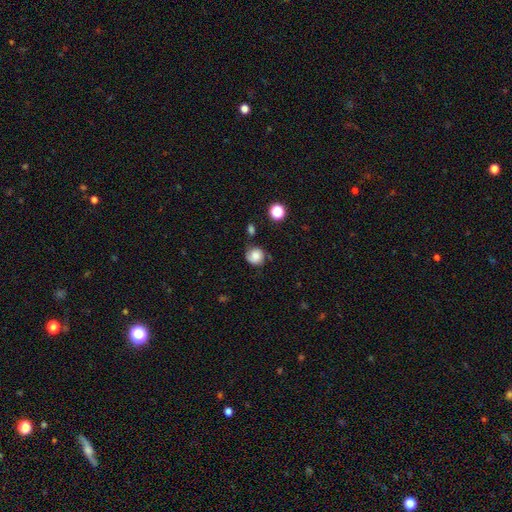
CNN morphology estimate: Smooth or featured: smooth — 70% (featured or disk — 19%)
How rounded: round — 87% (in between — 12%)
Merging: none — 67% (minor disturbance — 22%)